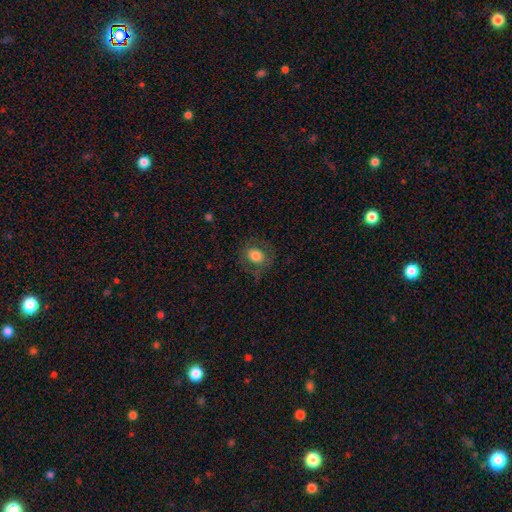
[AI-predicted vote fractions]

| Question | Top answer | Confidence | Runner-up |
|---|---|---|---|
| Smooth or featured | smooth | 73% | featured or disk (18%) |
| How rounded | round | 65% | in between (34%) |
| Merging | none | 72% | minor disturbance (16%) |